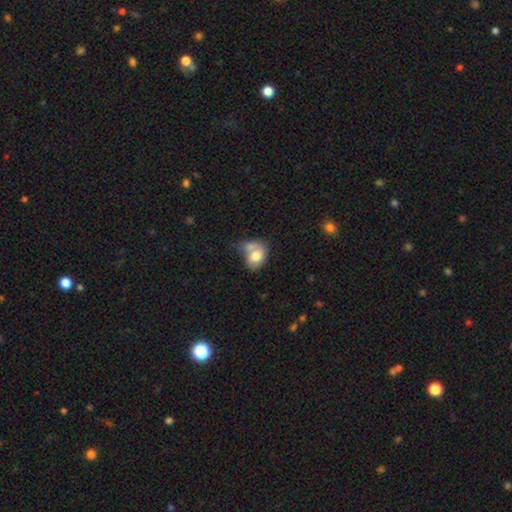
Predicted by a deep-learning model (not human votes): Morphology: type=smooth (73%); roundness=in between (66%); merging=merger (51%).